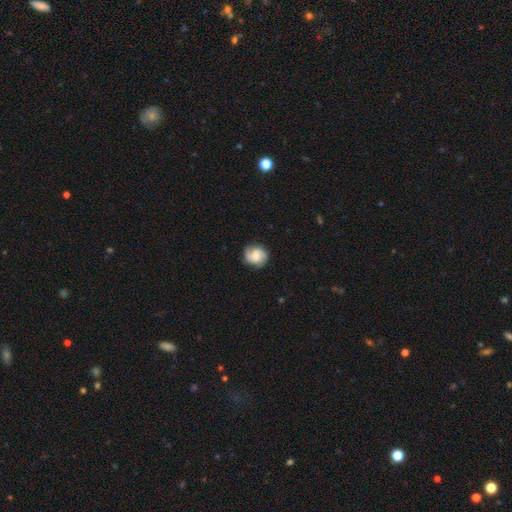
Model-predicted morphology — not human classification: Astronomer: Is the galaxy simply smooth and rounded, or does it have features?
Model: featured or disk — 55% (runner-up: smooth, 37%).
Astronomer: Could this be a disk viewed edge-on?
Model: no — 98%.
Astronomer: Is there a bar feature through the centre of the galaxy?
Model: no — 52% (runner-up: weak, 39%).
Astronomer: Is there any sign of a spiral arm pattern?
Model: yes — 93%.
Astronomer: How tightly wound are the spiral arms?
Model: medium — 45% (runner-up: tight, 33%).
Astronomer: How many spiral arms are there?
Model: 2 — 63%.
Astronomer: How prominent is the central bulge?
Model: moderate — 38% (runner-up: small, 28%).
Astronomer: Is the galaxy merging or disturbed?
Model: none — 80%.